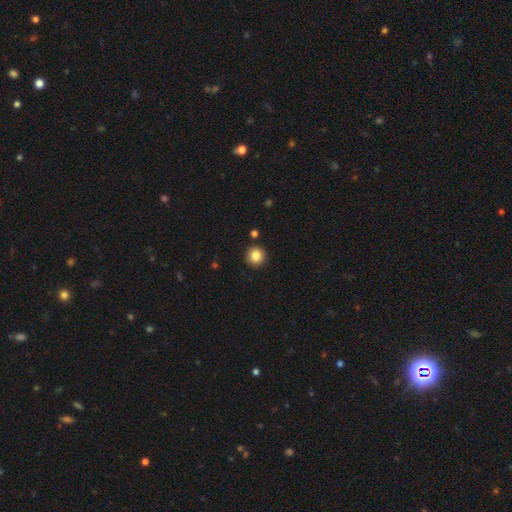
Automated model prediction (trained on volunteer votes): This is clearly a smooth galaxy (85%). How rounded: clearly round (93%). Merging: clearly none (90%).